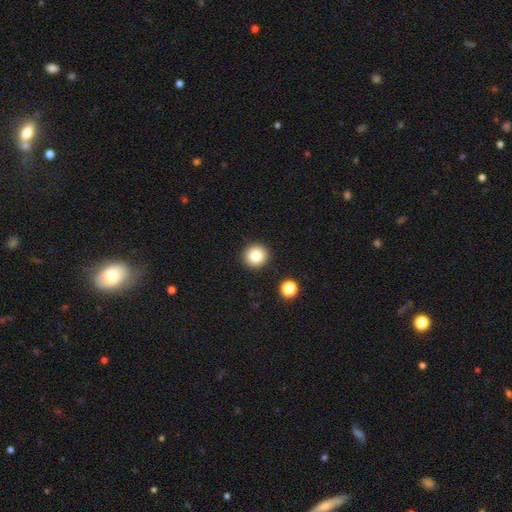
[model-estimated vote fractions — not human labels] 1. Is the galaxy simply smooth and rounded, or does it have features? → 81% smooth, 11% star or artifact, 7% featured or disk.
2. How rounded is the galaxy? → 95% round, 4% in between, 1% cigar-shaped.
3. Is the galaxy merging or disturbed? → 91% none, 5% minor disturbance, 2% merger, 2% major disturbance.